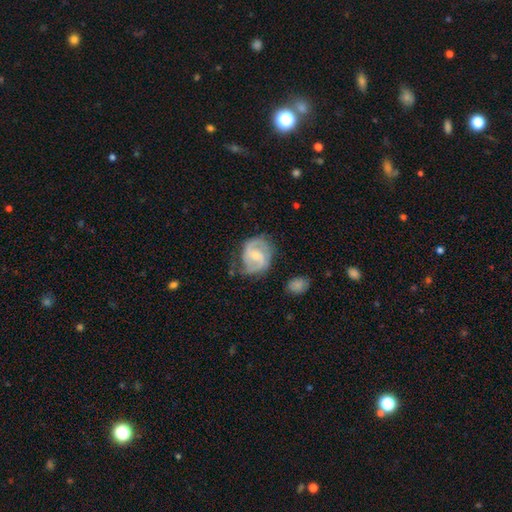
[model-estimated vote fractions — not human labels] This appears to be a featured or disk galaxy (82%) with a weak bar (55%), 2 (86%) medium (53%) spiral arms (95%) and a small central bulge (51%). Merging: none (64%).